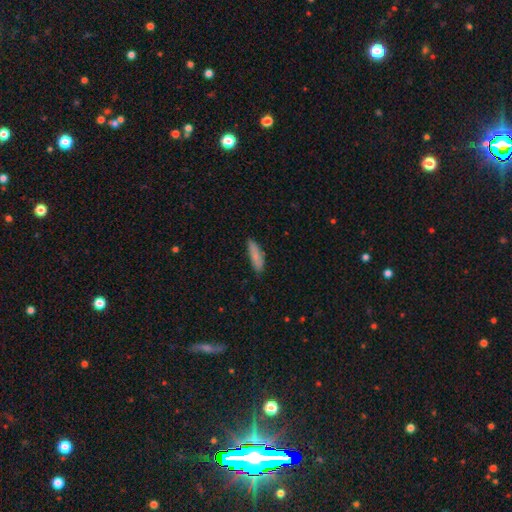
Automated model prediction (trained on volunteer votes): Smooth or featured?
  - smooth: 81% *
  - featured or disk: 13%
  - star or artifact: 6%
How rounded?
  - cigar-shaped: 56% *
  - in between: 42%
  - round: 2%
Merging?
  - none: 77% *
  - minor disturbance: 18%
  - major disturbance: 3%
  - merger: 2%